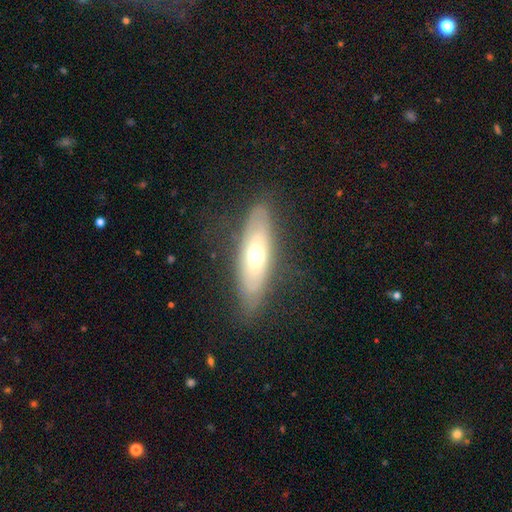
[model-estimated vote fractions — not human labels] Q: Smooth or featured?
A: featured or disk (48%); runner-up: smooth (45%)
Q: Merging?
A: none (78%); runner-up: minor disturbance (16%)